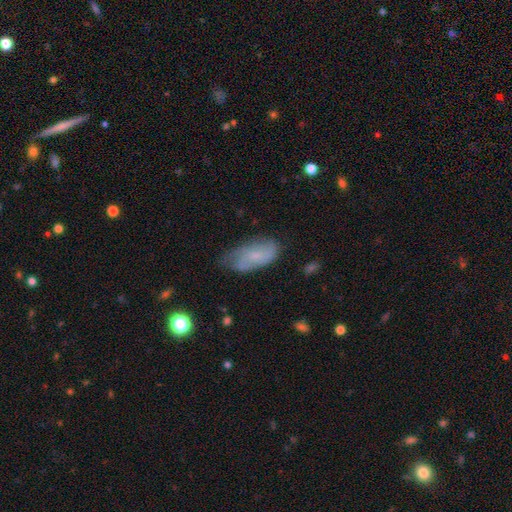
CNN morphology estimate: Smooth or featured? smooth (60%)
How rounded? in between (89%)
Merging? none (53%)